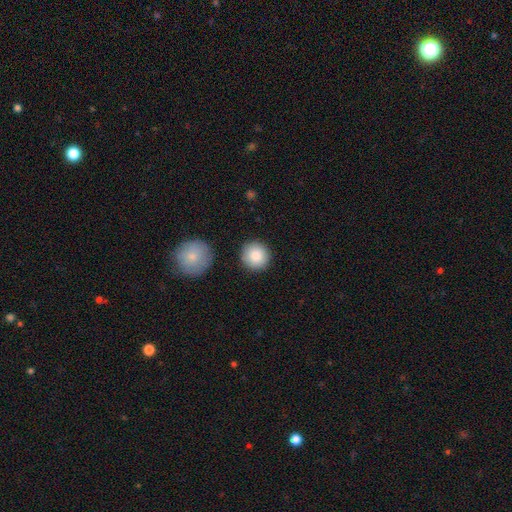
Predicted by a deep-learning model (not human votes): Smooth or featured?
  - smooth: 87% *
  - star or artifact: 7%
  - featured or disk: 6%
How rounded?
  - round: 95% *
  - in between: 4%
  - cigar-shaped: 1%
Merging?
  - none: 89% *
  - minor disturbance: 7%
  - major disturbance: 2%
  - merger: 2%